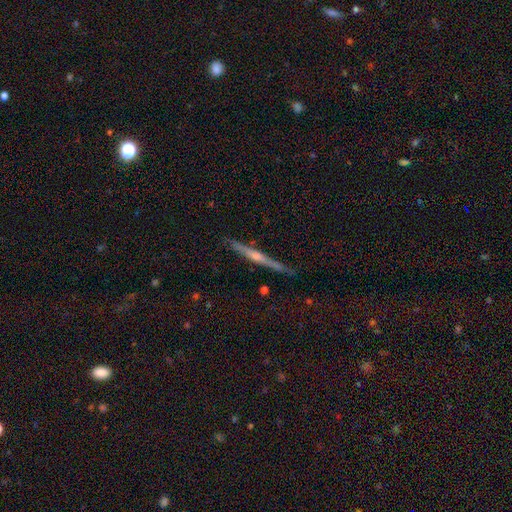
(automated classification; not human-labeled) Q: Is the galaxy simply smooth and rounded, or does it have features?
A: featured or disk — 76%.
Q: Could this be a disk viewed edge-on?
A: yes — 98%.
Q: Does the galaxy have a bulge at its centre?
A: rounded — 76%.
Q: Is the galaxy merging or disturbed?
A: none — 88%.